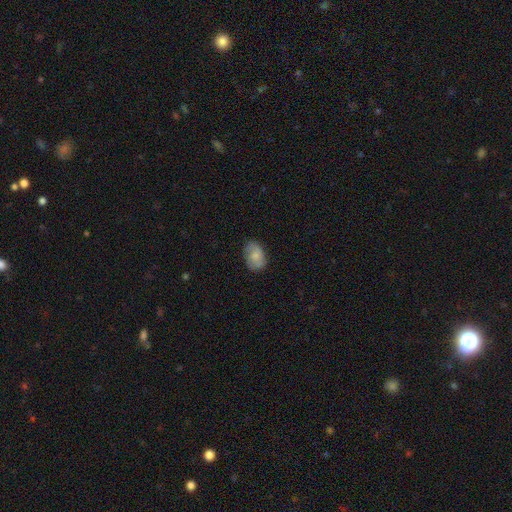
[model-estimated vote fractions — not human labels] smooth 67%, featured or disk 26%, star or artifact 7%. Down the decision tree: how rounded — in between (83%); merging — none (76%).